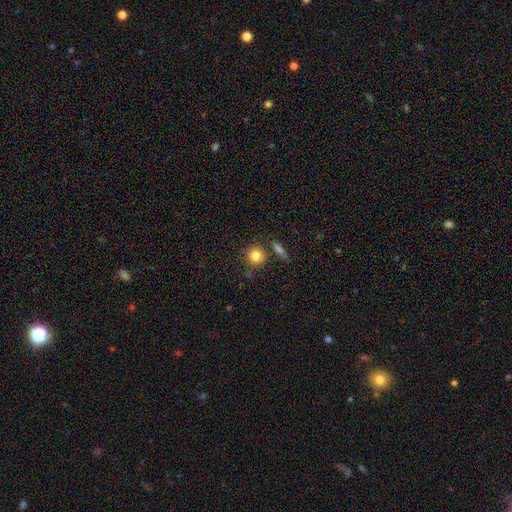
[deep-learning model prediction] Smooth or featured: smooth — 81% (star or artifact — 10%)
How rounded: round — 89% (in between — 9%)
Merging: none — 76% (minor disturbance — 11%)